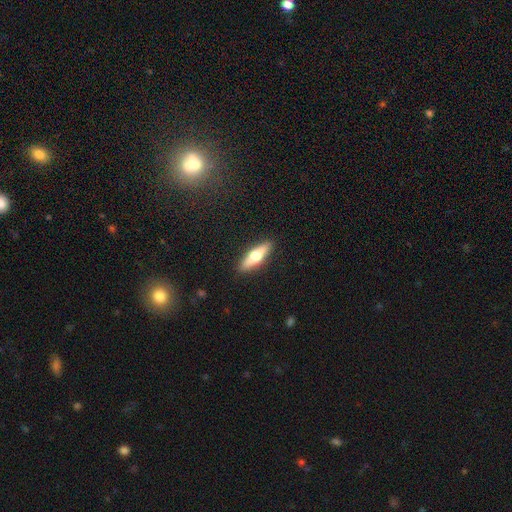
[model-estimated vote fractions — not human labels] A smooth galaxy with no disk features (48%). Merging: none (90%).